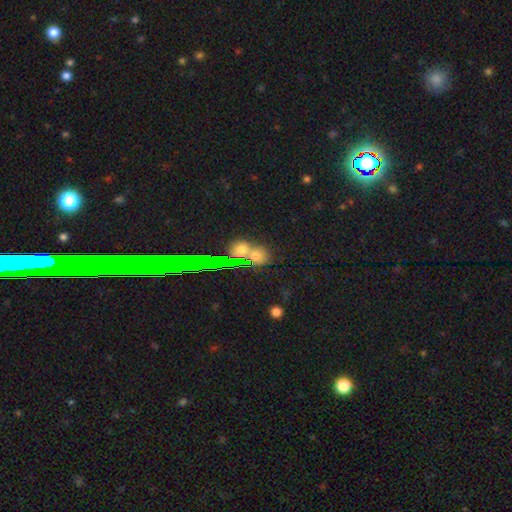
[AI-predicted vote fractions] This is possibly a smooth galaxy (60%). How rounded: likely round (70%). Merging: possibly none (58%).